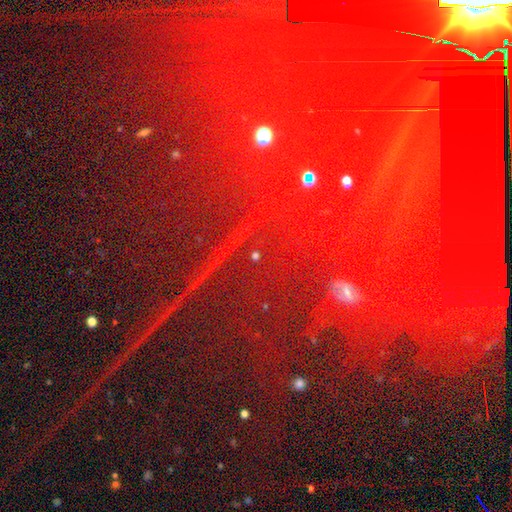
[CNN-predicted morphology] Smooth or featured: star or artifact — 77% (featured or disk — 12%)